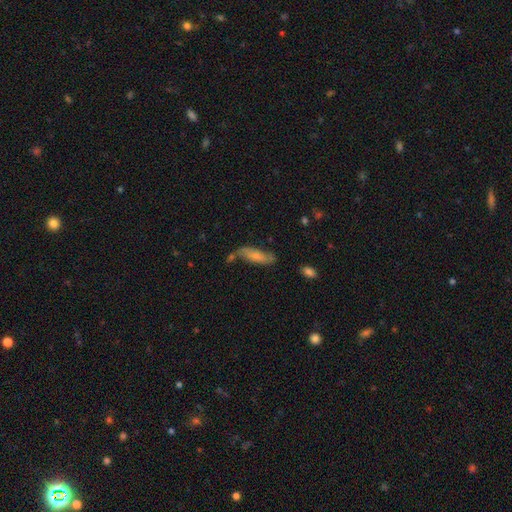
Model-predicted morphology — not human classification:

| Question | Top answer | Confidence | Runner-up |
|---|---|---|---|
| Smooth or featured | smooth | 68% | featured or disk (25%) |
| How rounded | cigar-shaped | 58% | in between (40%) |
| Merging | none | 60% | minor disturbance (24%) |